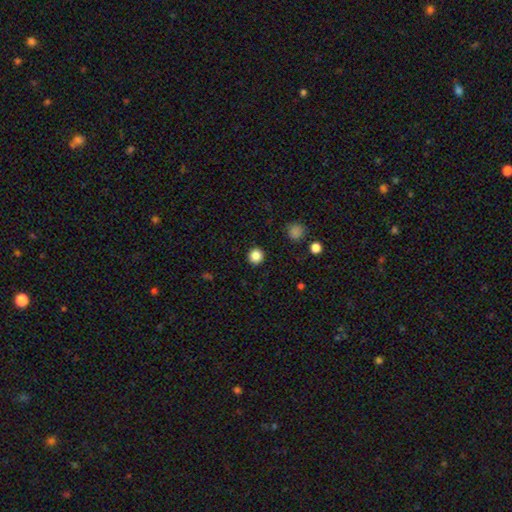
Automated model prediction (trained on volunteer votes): The model was most divided on "smooth or featured": smooth: 86%, star or artifact: 11%, featured or disk: 3%. More confident: how rounded — round (94%); merging — none (92%).